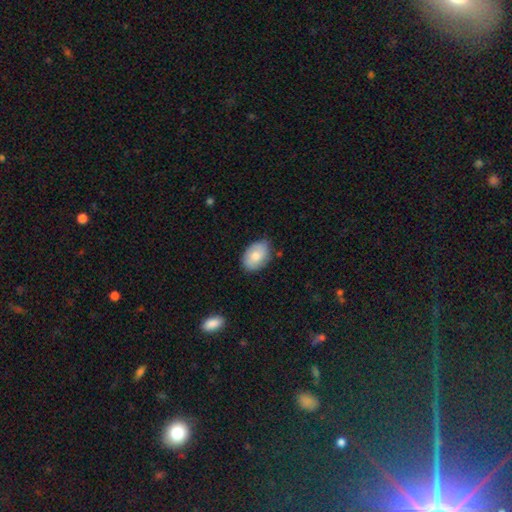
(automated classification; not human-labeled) A smooth galaxy with no disk features (75%) that is in between round and cigar-shaped (86%).

Vote fractions:
- Smooth or featured? smooth: 75% / featured or disk: 18% / star or artifact: 6%
- How rounded? in between: 86% / round: 13% / cigar-shaped: 1%
- Merging? none: 79% / minor disturbance: 16% / major disturbance: 3% / merger: 1%